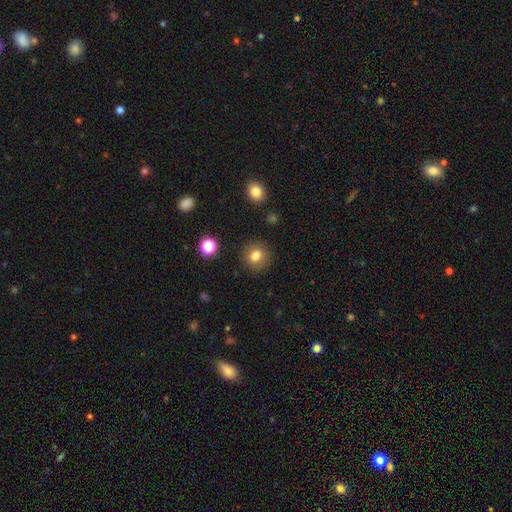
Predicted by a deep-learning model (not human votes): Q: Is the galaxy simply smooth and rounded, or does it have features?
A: smooth — 80%.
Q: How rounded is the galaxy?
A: round — 87%.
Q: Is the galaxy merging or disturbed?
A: none — 88%.